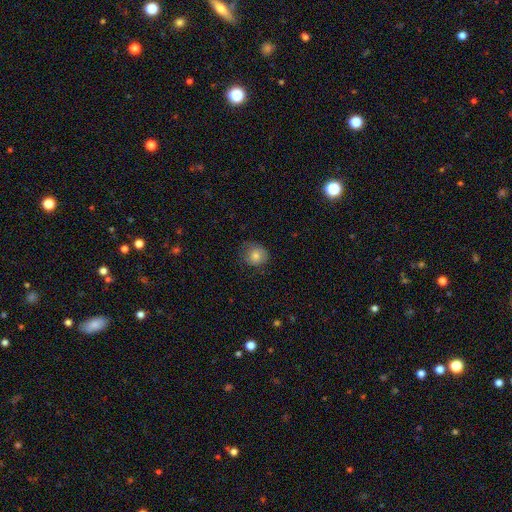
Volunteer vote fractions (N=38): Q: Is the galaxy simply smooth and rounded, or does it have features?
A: smooth — 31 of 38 (82%).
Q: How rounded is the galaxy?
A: round — 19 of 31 (61%).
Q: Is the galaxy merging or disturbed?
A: none — 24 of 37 (65%).